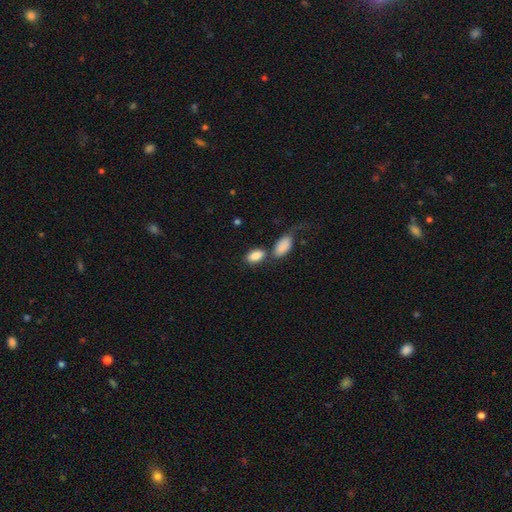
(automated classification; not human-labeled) smooth-or-featured: smooth: 86% | featured or disk: 7% | star or artifact: 7%
  how-rounded: in between: 92% | round: 5% | cigar-shaped: 3%
  merging: none: 49% | merger: 31% | minor disturbance: 13% | major disturbance: 7%